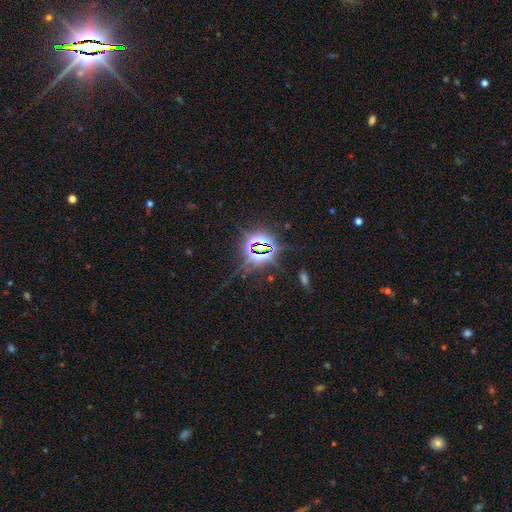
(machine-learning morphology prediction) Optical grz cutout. It shows a star or artifact, not a galaxy (83%).